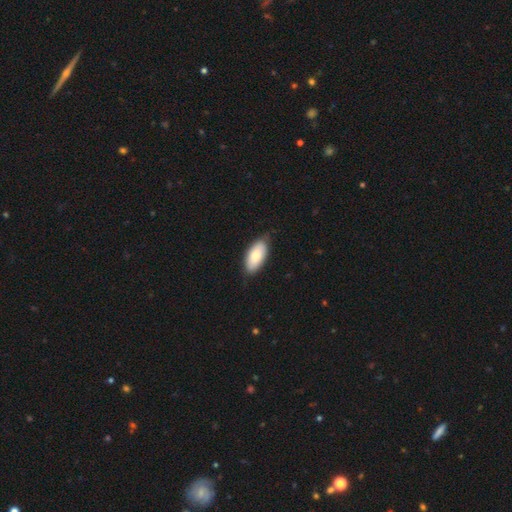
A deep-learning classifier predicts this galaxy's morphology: smooth 80%, featured or disk 14%, star or artifact 6%. Down the decision tree: how rounded — in between (93%); merging — none (74%).